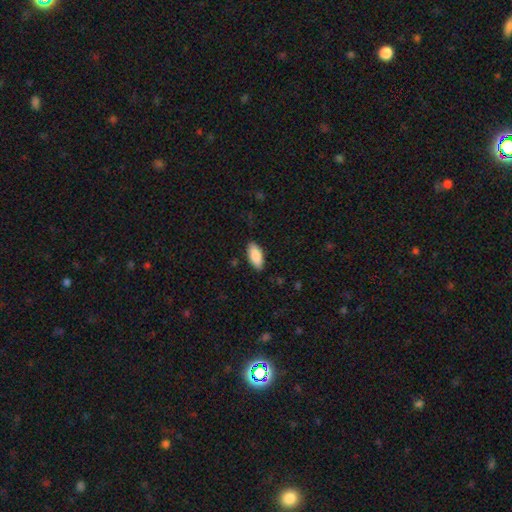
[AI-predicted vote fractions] The model was most divided on "merging": none: 87%, minor disturbance: 10%, major disturbance: 2%, merger: 1%. More confident: how rounded — in between (88%); smooth or featured — smooth (88%).